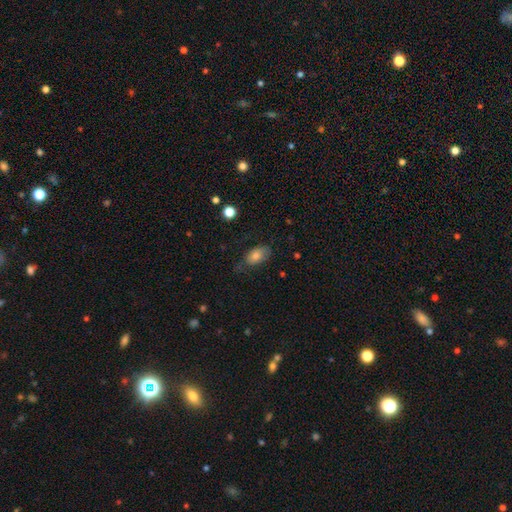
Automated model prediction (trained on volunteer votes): A smooth galaxy with no disk features (72%) that is in between round and cigar-shaped (89%). Merging: none (58%).